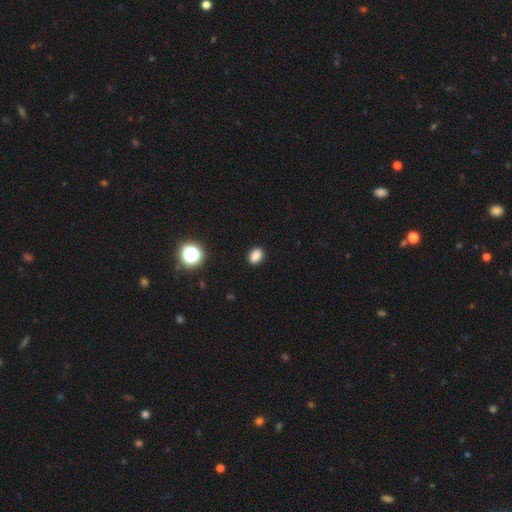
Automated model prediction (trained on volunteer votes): smooth 84%, star or artifact 13%, featured or disk 4%. Down the decision tree: how rounded — in between (69%); merging — none (89%).